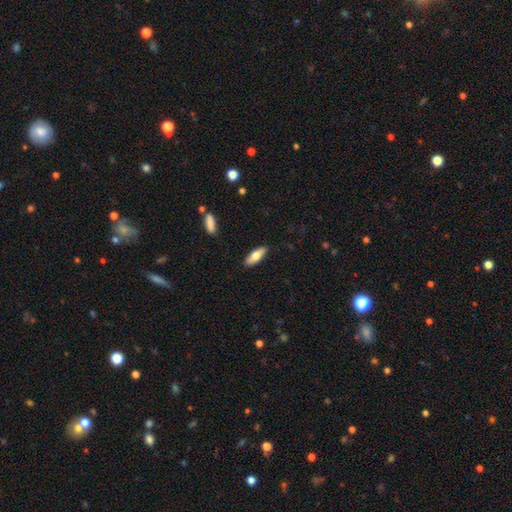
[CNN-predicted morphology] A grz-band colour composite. It shows a smooth galaxy with no disk features (71%) that is in between round and cigar-shaped (66%). Merging: none (88%).